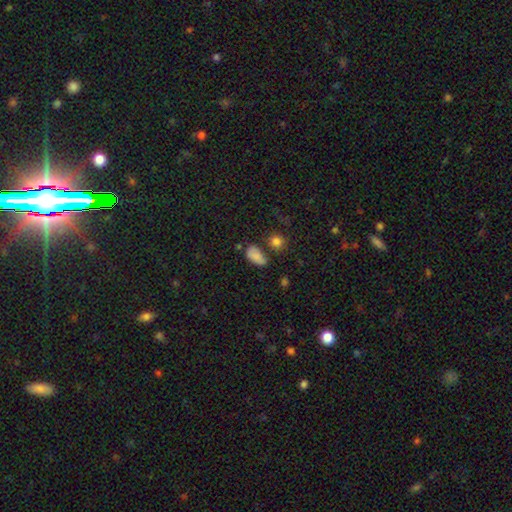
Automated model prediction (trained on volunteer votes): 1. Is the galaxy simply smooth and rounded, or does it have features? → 80% smooth, 12% star or artifact, 9% featured or disk.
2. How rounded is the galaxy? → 89% in between, 7% round, 4% cigar-shaped.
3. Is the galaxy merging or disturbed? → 50% none, 28% minor disturbance, 12% merger, 10% major disturbance.